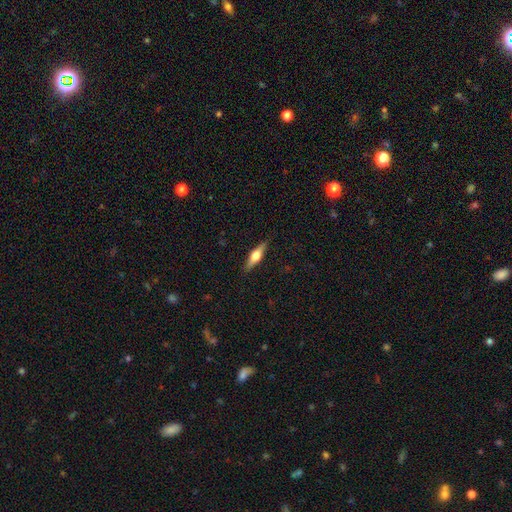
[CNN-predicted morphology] This is possibly a featured or disk galaxy (57%). It is clearly viewed edge-on (96%). Edge-on bulge: clearly rounded (93%). Merging: clearly none (89%).